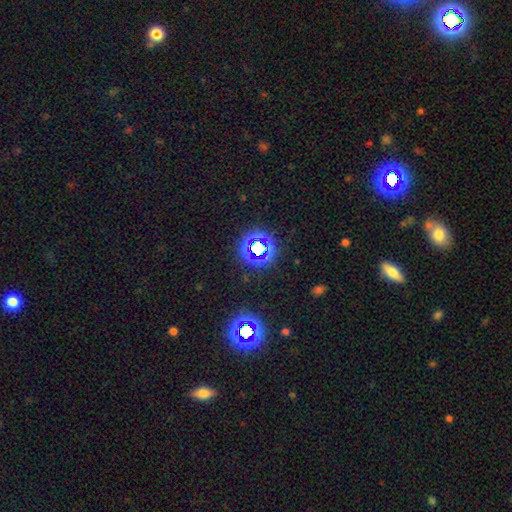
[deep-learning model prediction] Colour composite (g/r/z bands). It shows a star or artifact, not a galaxy (67%).